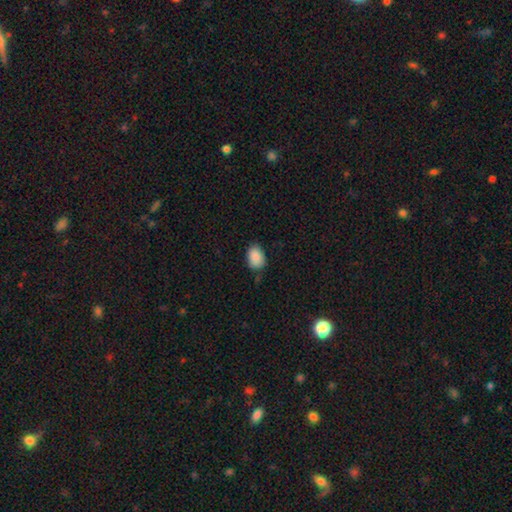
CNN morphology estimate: smooth 88%, star or artifact 7%, featured or disk 4%. Down the decision tree: how rounded — in between (81%); merging — none (74%).